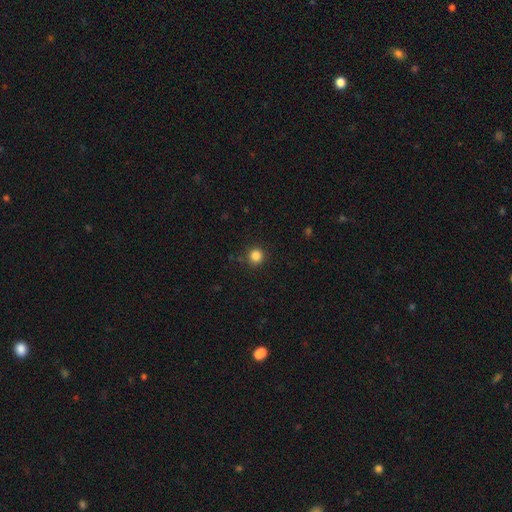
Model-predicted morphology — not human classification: smooth 85%, star or artifact 12%, featured or disk 3%. Down the decision tree: how rounded — round (94%); merging — none (88%).